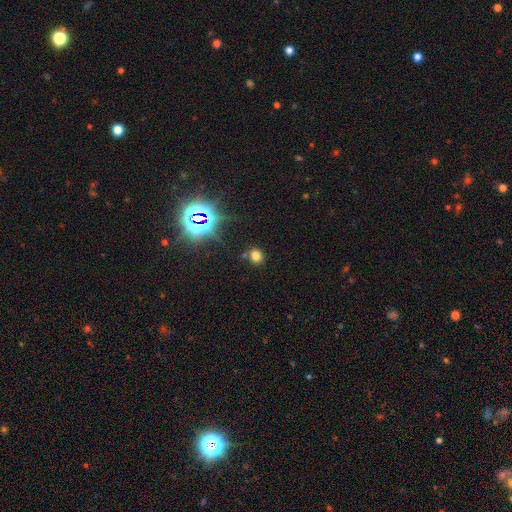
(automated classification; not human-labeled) A smooth galaxy with no disk features (67%) that is round (67%). Merging: none (79%).